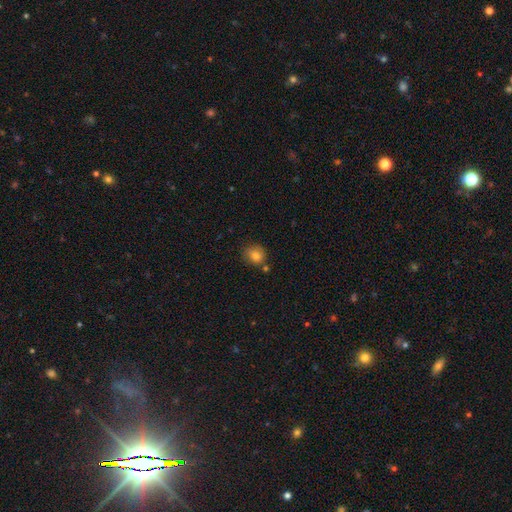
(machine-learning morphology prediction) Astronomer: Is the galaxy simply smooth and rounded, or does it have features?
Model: smooth — 80%.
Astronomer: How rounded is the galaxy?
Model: round — 78%.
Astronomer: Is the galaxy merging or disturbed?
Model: none — 71%.